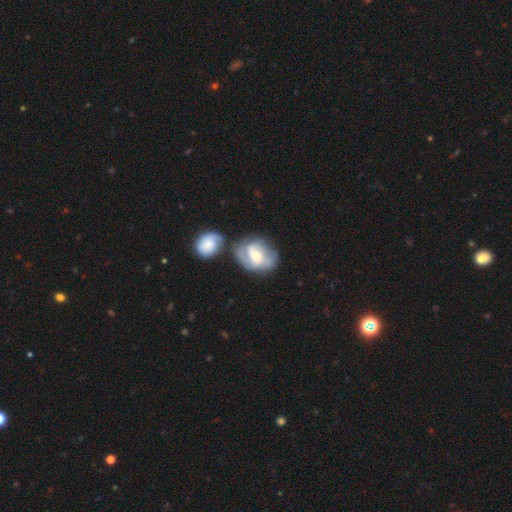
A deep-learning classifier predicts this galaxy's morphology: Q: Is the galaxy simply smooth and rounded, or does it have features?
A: featured or disk — 72%.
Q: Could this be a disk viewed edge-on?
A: no — 97%.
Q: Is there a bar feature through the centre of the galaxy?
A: no — 48%.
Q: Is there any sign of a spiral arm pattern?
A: yes — 89%.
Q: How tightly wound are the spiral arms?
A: medium — 44%.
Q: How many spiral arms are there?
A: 2 — 50%.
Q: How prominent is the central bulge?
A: moderate — 59%.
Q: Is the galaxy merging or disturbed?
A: none — 42%.